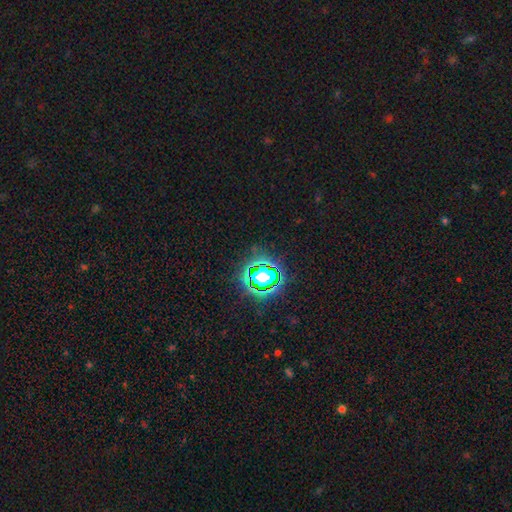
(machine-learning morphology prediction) type=star or artifact (83%).